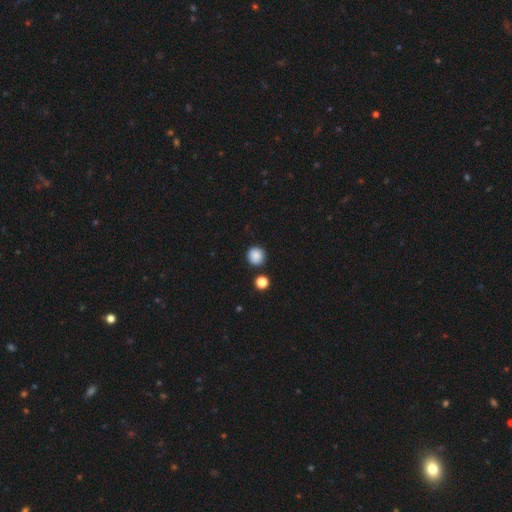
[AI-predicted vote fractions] Smooth or featured? smooth (87%)
How rounded? round (92%)
Merging? none (87%)